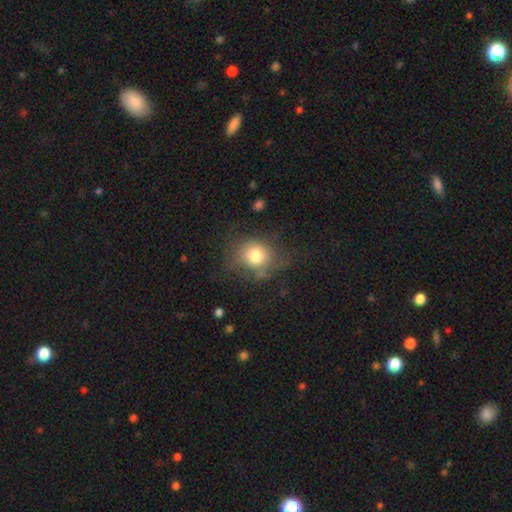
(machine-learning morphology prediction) This is likely a smooth galaxy (75%). How rounded: likely round (76%). Merging: likely none (62%).